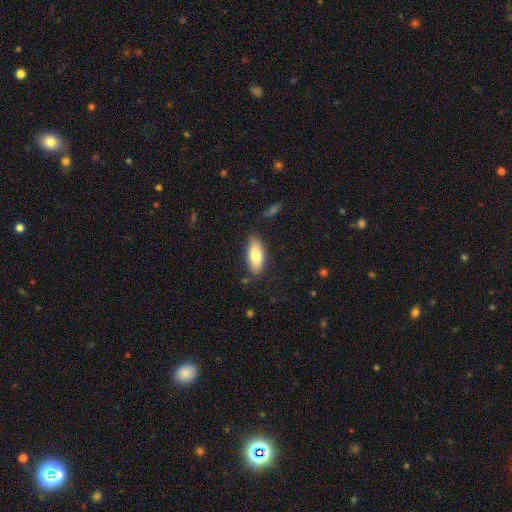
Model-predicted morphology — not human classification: smooth 79%, featured or disk 15%, star or artifact 6%. Down the decision tree: how rounded — in between (87%); merging — none (80%).